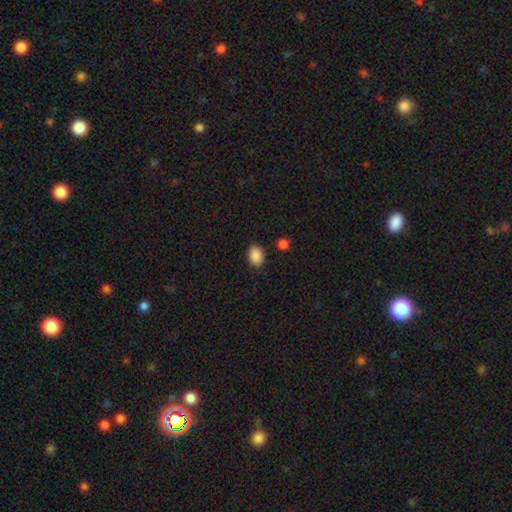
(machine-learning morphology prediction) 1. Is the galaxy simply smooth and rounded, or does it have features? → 89% smooth, 8% star or artifact, 3% featured or disk.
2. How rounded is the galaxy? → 78% in between, 21% round, 1% cigar-shaped.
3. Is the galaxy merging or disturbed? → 87% none, 8% minor disturbance, 2% merger, 2% major disturbance.